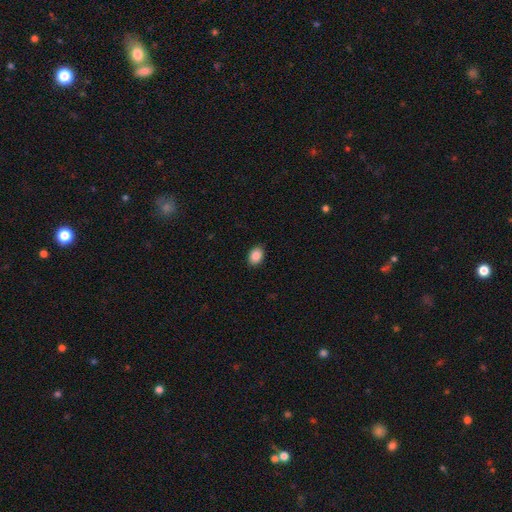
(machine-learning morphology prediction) Overall: smooth (88%). How rounded: in between (73%). Merging: none (88%).